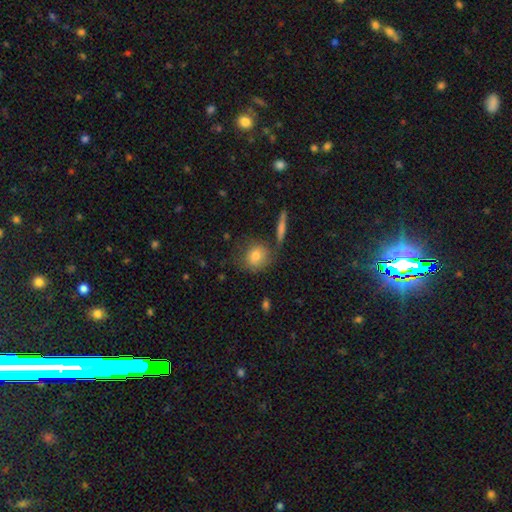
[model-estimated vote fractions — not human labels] Smooth or featured?
  - smooth: 75% *
  - featured or disk: 16%
  - star or artifact: 9%
How rounded?
  - round: 82% *
  - in between: 16%
  - cigar-shaped: 2%
Merging?
  - none: 71% *
  - minor disturbance: 15%
  - merger: 8%
  - major disturbance: 6%